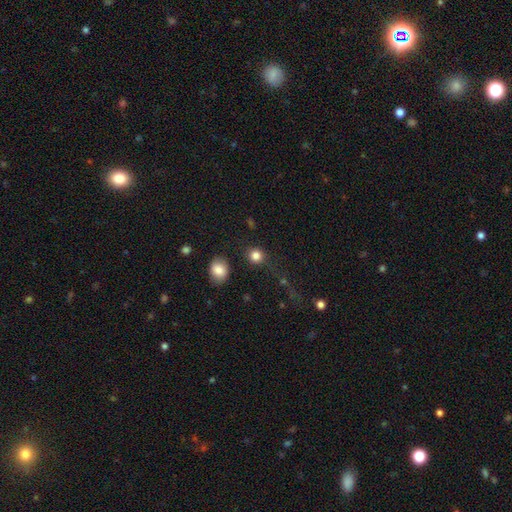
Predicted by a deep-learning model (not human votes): The model was most divided on "smooth or featured": smooth: 84%, star or artifact: 11%, featured or disk: 5%. More confident: how rounded — round (87%); merging — none (83%).